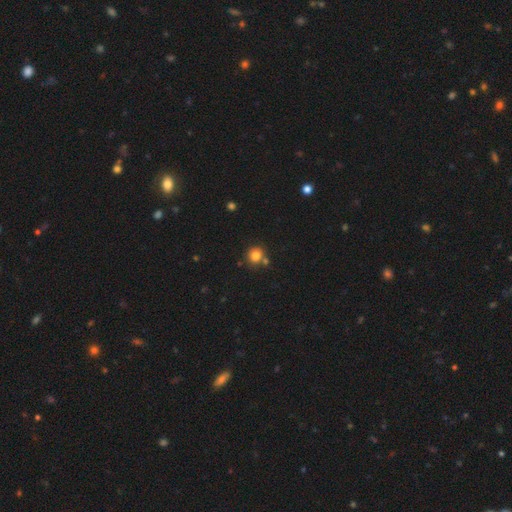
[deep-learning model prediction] smooth 81%, star or artifact 12%, featured or disk 7%. Down the decision tree: how rounded — round (88%); merging — none (72%).